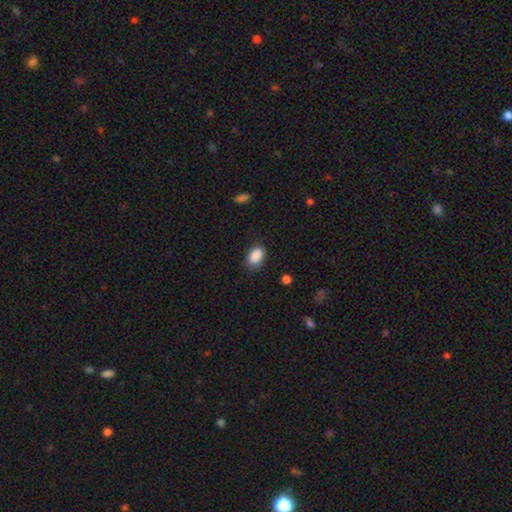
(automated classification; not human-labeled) smooth 89%, star or artifact 8%, featured or disk 4%. Down the decision tree: how rounded — in between (90%); merging — none (78%).